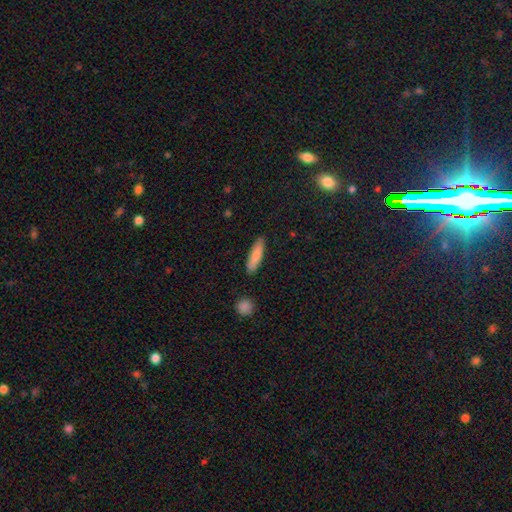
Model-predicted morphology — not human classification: smooth 82%, featured or disk 12%, star or artifact 6%. Down the decision tree: how rounded — cigar-shaped (69%); merging — none (87%).